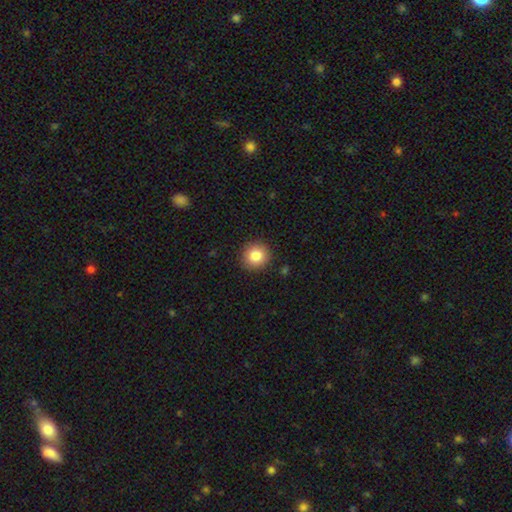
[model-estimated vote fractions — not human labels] smooth-or-featured: smooth: 84% | star or artifact: 9% | featured or disk: 6%
  how-rounded: round: 91% | in between: 8% | cigar-shaped: 1%
  merging: none: 90% | minor disturbance: 7% | major disturbance: 2% | merger: 1%